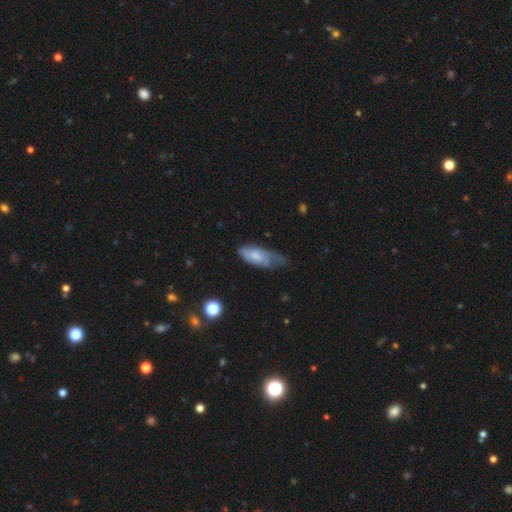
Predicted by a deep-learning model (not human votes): Smooth or featured? Predicted: smooth (p=0.61). How rounded? Predicted: in between (p=0.81). Merging? Predicted: minor disturbance (p=0.42).